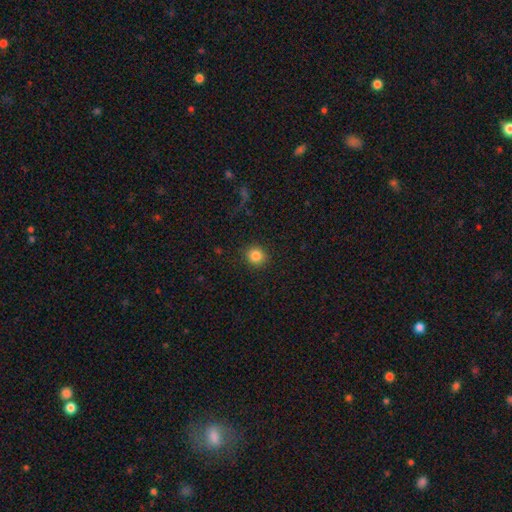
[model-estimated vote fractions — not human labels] Smooth or featured: smooth — 85% (star or artifact — 11%)
How rounded: round — 90% (in between — 9%)
Merging: none — 90% (minor disturbance — 6%)